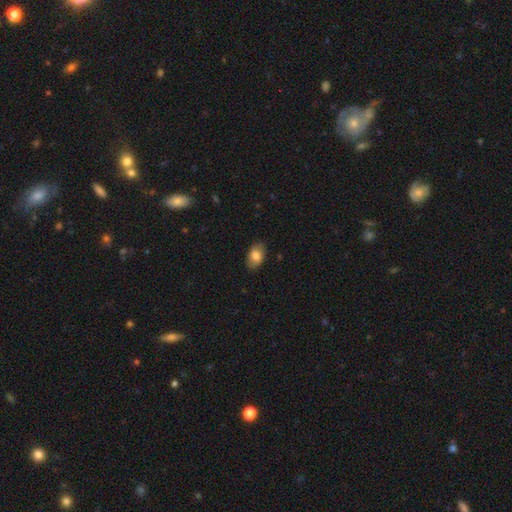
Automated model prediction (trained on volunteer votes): Smooth or featured?
  - smooth: 82% *
  - featured or disk: 11%
  - star or artifact: 7%
How rounded?
  - in between: 88% *
  - round: 11%
  - cigar-shaped: 1%
Merging?
  - none: 86% *
  - minor disturbance: 11%
  - major disturbance: 2%
  - merger: 1%